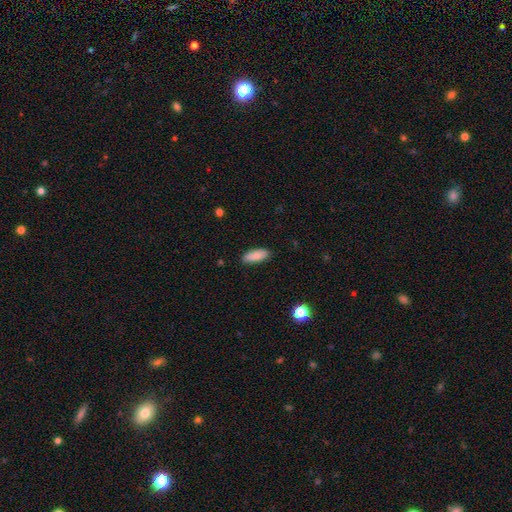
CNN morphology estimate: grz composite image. It shows a smooth galaxy with no disk features (87%) that is in between round and cigar-shaped (76%). Merging: none (87%).